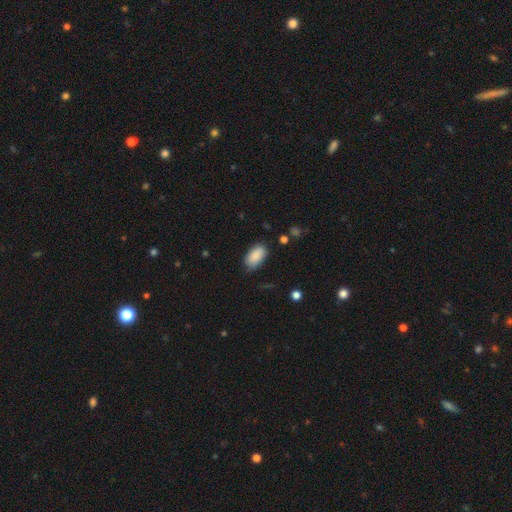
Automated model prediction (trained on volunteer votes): Smooth or featured: smooth — 88% (star or artifact — 7%)
How rounded: in between — 94% (round — 4%)
Merging: none — 75% (minor disturbance — 19%)